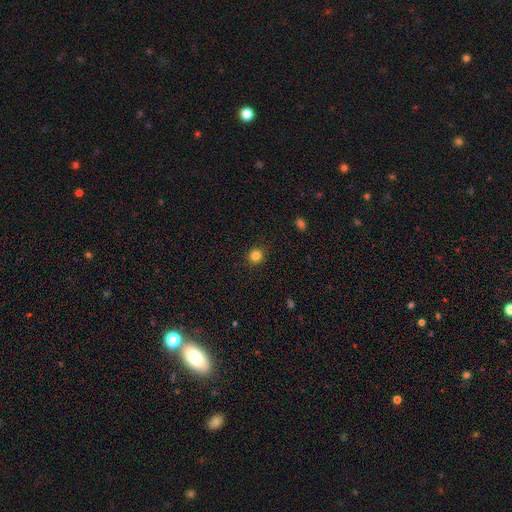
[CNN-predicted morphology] Q: Smooth or featured?
A: smooth (84%); runner-up: star or artifact (12%)
Q: How rounded?
A: round (91%); runner-up: in between (8%)
Q: Merging?
A: none (90%); runner-up: minor disturbance (7%)